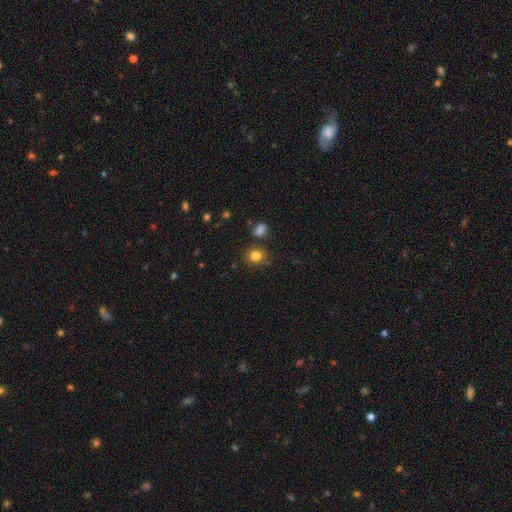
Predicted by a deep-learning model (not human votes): Smooth or featured? smooth (82%)
How rounded? round (74%)
Merging? none (77%)